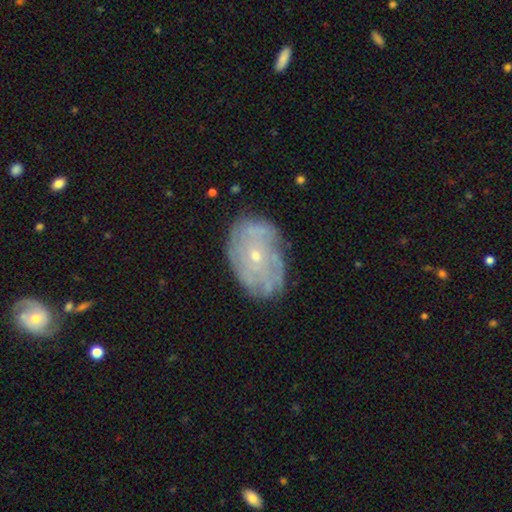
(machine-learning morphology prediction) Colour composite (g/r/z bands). It shows a featured or disk galaxy (70%) with no bar (85%), spiral arms (71%) and a small central bulge (77%). Merging: none (72%).